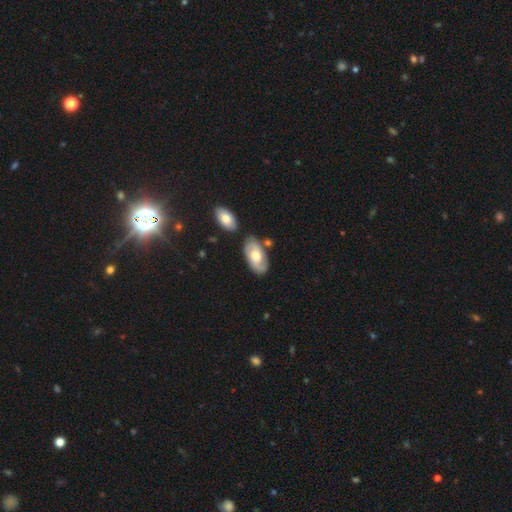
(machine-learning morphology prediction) This appears to be a featured or disk galaxy (61%) with no bar (64%), spiral arms (84%) and a moderate central bulge (69%). Merging: none (70%).